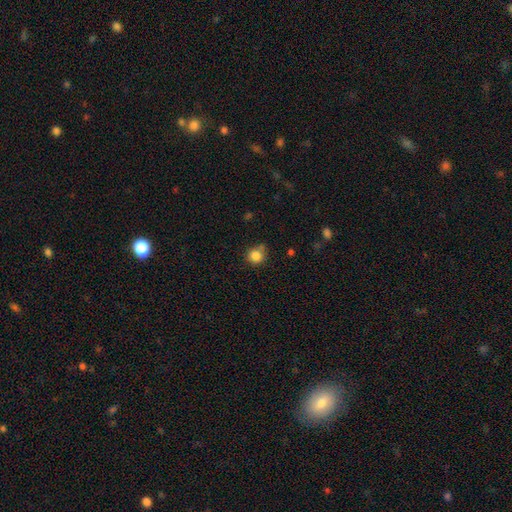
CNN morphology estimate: smooth 84%, star or artifact 11%, featured or disk 5%. Down the decision tree: how rounded — round (88%); merging — none (68%).